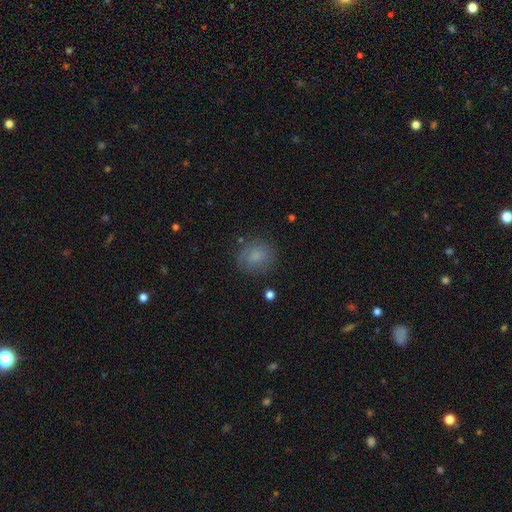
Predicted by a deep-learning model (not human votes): Morphology: type=smooth (77%); roundness=round (75%); merging=none (77%).